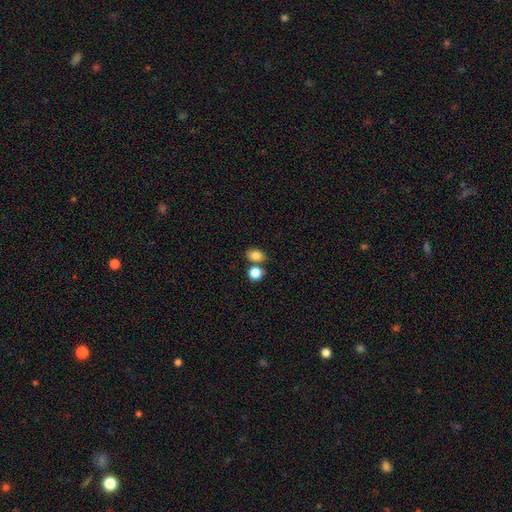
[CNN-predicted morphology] Q: Smooth or featured?
A: smooth (83%); runner-up: star or artifact (11%)
Q: How rounded?
A: in between (70%); runner-up: round (29%)
Q: Merging?
A: none (63%); runner-up: merger (22%)